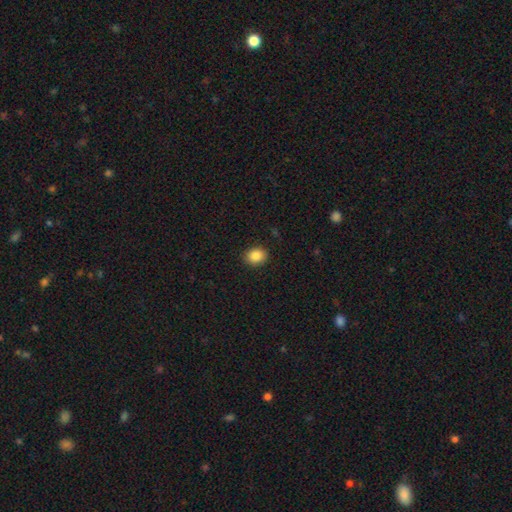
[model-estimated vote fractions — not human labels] This appears to be a smooth galaxy with no disk features (86%) that is in between round and cigar-shaped (50%, tied with round). Merging: none (90%).